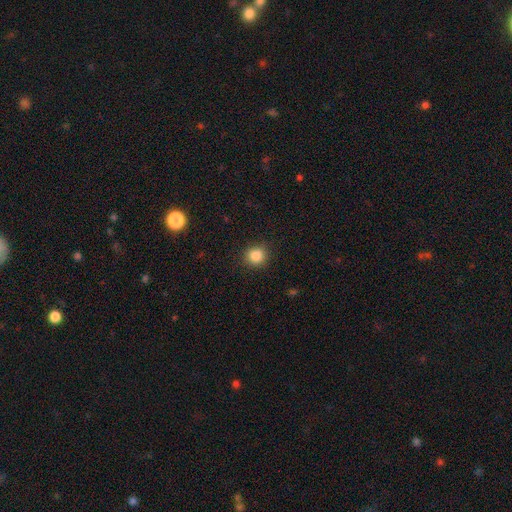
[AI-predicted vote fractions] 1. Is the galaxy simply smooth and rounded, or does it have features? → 85% smooth, 11% star or artifact, 4% featured or disk.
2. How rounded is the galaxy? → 88% round, 11% in between, 1% cigar-shaped.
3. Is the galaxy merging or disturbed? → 89% none, 8% minor disturbance, 2% major disturbance, 1% merger.